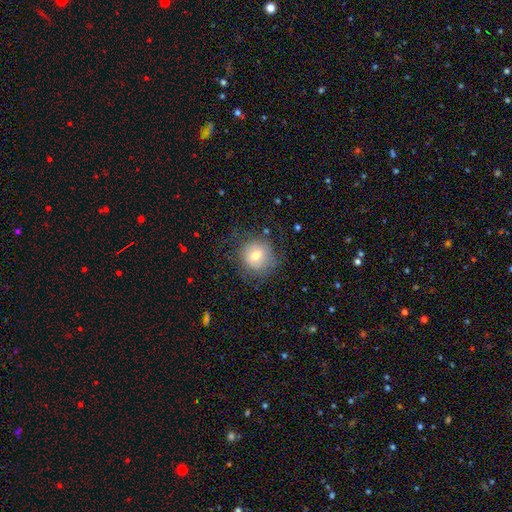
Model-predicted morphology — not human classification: Overall: smooth (67%). How rounded: round (89%). Merging: none (68%).